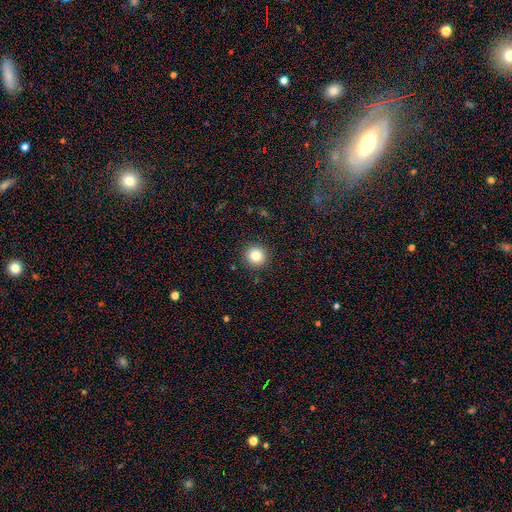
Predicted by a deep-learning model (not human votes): The model was most divided on "smooth or featured": smooth: 84%, star or artifact: 10%, featured or disk: 6%. More confident: how rounded — round (94%); merging — none (91%).